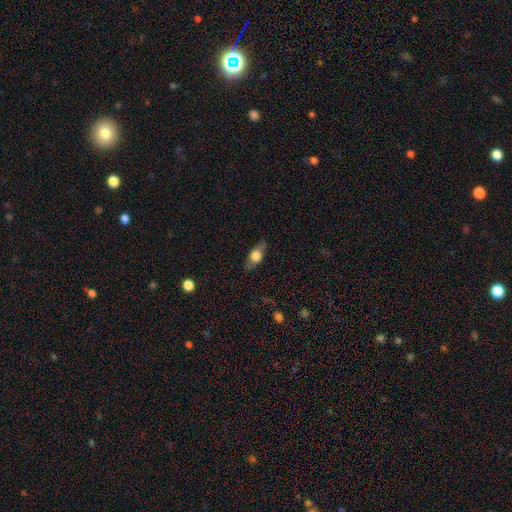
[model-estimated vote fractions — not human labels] Smooth or featured? smooth (66%)
How rounded? in between (75%)
Merging? none (78%)